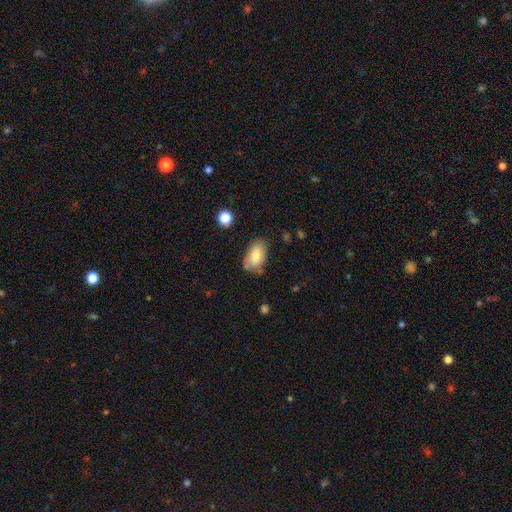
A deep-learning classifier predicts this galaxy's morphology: Smooth or featured?
  - smooth: 76% *
  - featured or disk: 17%
  - star or artifact: 8%
How rounded?
  - in between: 91% *
  - round: 7%
  - cigar-shaped: 2%
Merging?
  - none: 62% *
  - minor disturbance: 27%
  - major disturbance: 6%
  - merger: 5%